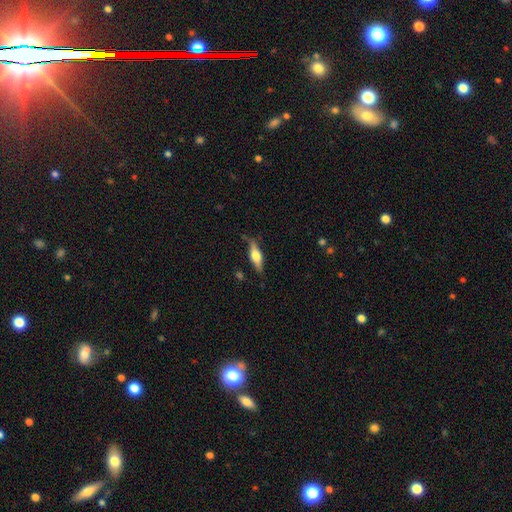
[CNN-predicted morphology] Smooth or featured? featured or disk (49%)
Merging? none (76%)